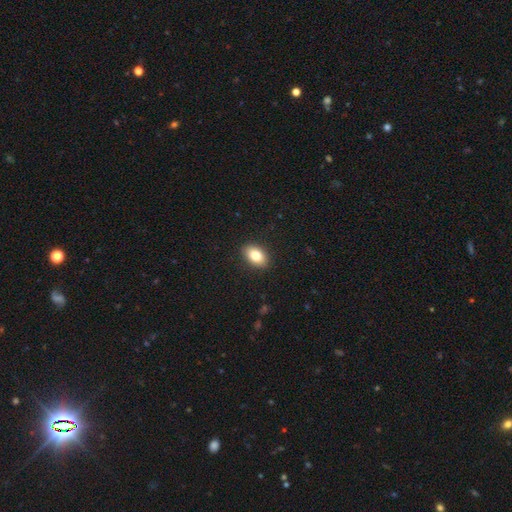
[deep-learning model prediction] Smooth or featured?
  - smooth: 82% *
  - featured or disk: 10%
  - star or artifact: 8%
How rounded?
  - in between: 88% *
  - round: 10%
  - cigar-shaped: 2%
Merging?
  - none: 90% *
  - minor disturbance: 7%
  - major disturbance: 2%
  - merger: 1%